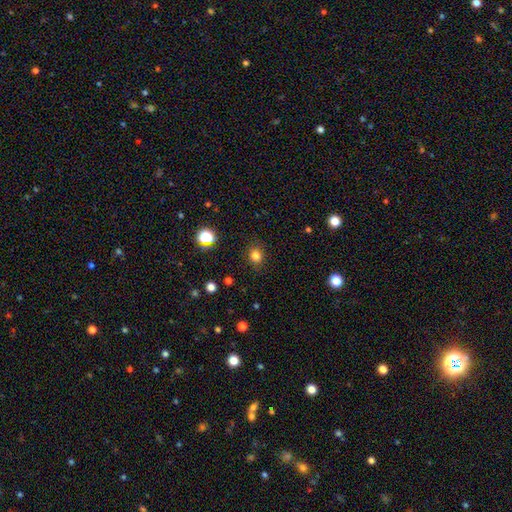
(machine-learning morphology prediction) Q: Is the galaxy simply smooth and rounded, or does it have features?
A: smooth — 80%.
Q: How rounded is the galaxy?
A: round — 71%.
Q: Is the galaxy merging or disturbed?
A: none — 86%.